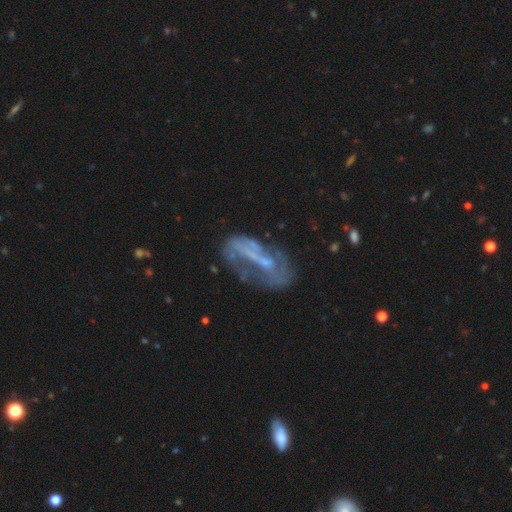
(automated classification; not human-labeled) Morphology: type=featured or disk (68%); edge-on=no (90%); bar=no (39%); spiral arms=yes (51%); bulge=small (43%); merging=none (42%).